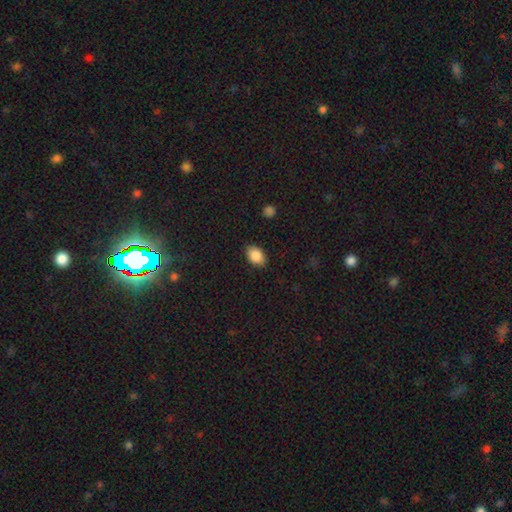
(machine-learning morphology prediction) Smooth or featured: smooth — 88% (star or artifact — 8%)
How rounded: in between — 84% (round — 15%)
Merging: none — 87% (minor disturbance — 10%)